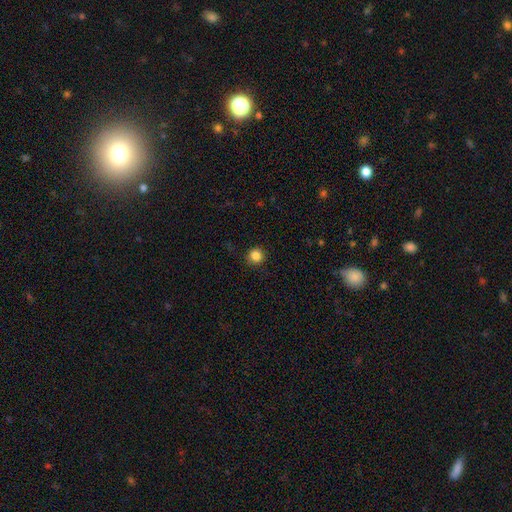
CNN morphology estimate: smooth 85%, star or artifact 11%, featured or disk 4%. Down the decision tree: how rounded — round (94%); merging — none (91%).